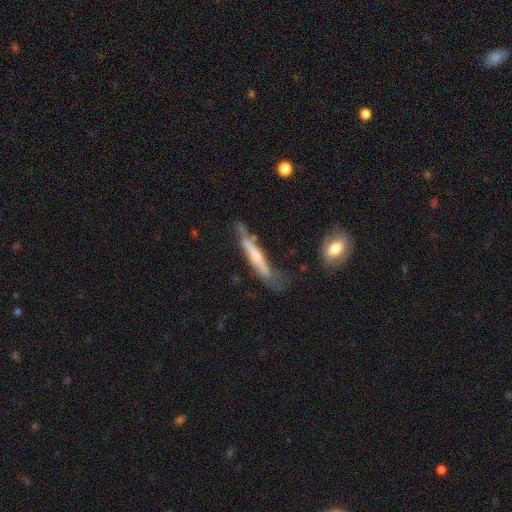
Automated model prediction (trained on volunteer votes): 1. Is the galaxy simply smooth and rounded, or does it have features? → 52% featured or disk, 42% smooth, 6% star or artifact.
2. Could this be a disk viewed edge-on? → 84% yes, 16% no.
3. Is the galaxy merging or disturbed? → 47% none, 31% minor disturbance, 15% major disturbance, 7% merger.